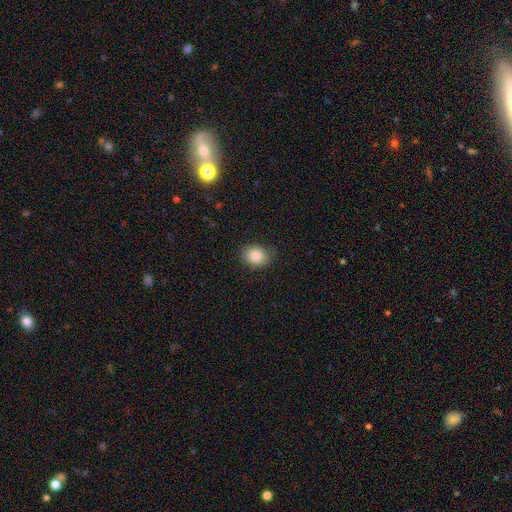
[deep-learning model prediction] smooth_or_featured: smooth (p=0.84) [alt: star or artifact p=0.09]
how_rounded: round (p=0.53) [alt: in between p=0.46]
merging: none (p=0.83) [alt: minor disturbance p=0.13]